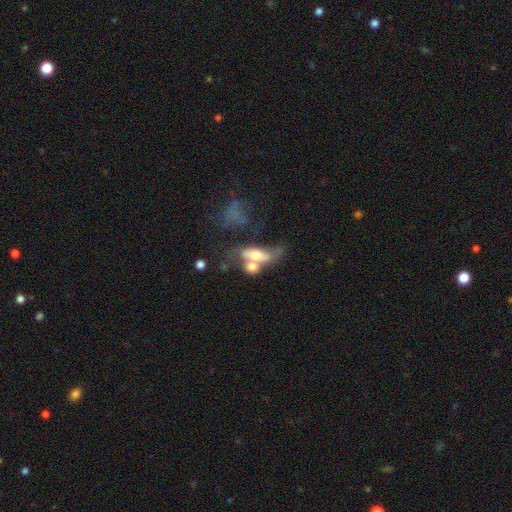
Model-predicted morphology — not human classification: This is possibly a smooth galaxy (47%). Merging: possibly merger (60%).